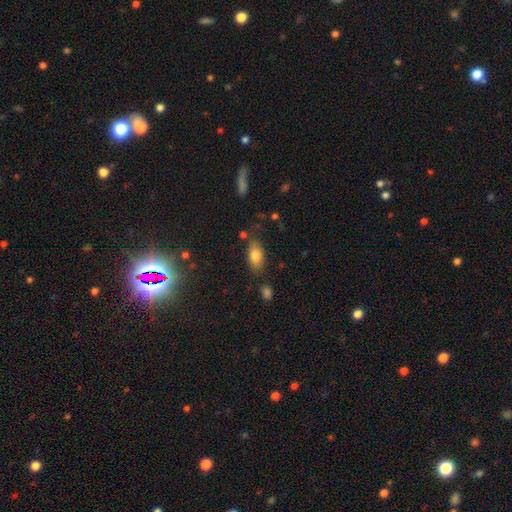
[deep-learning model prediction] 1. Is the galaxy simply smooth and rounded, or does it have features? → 80% smooth, 12% featured or disk, 8% star or artifact.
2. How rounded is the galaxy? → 88% in between, 7% cigar-shaped, 5% round.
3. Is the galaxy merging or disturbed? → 76% none, 16% minor disturbance, 5% merger, 4% major disturbance.